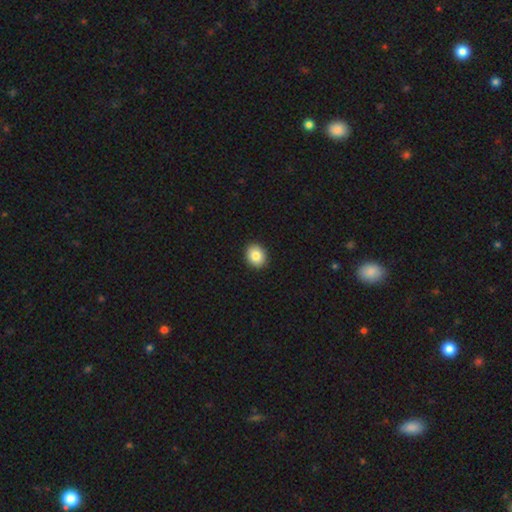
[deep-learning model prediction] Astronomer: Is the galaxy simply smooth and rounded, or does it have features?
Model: smooth — 85%.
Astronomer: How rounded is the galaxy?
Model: round — 61% (runner-up: in between, 38%).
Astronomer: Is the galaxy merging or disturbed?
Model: none — 92%.